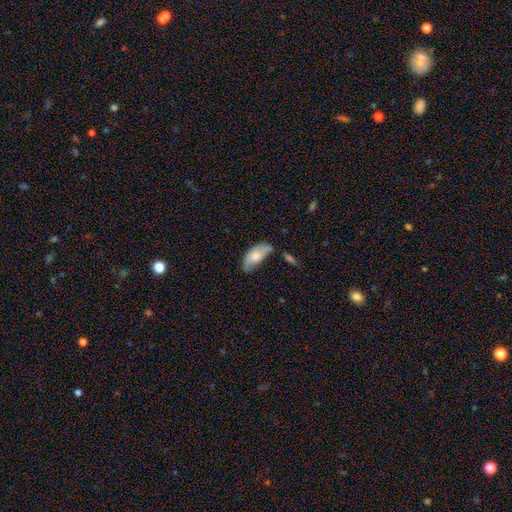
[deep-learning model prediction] Q: Smooth or featured?
A: smooth (70%); runner-up: featured or disk (23%)
Q: How rounded?
A: in between (89%); runner-up: cigar-shaped (9%)
Q: Merging?
A: none (41%); runner-up: minor disturbance (35%)